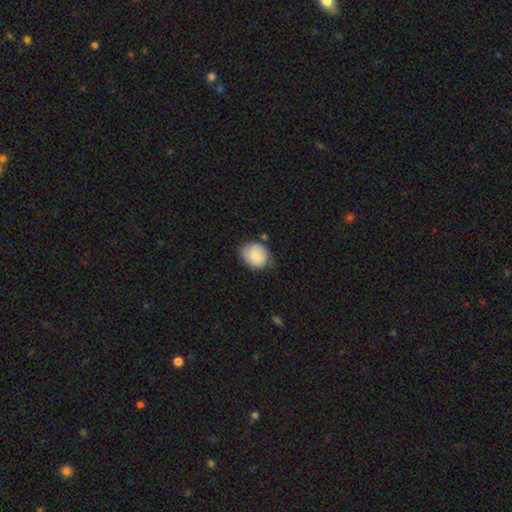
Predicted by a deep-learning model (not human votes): A smooth galaxy with no disk features (75%) that is round (55%). Merging: none (69%).